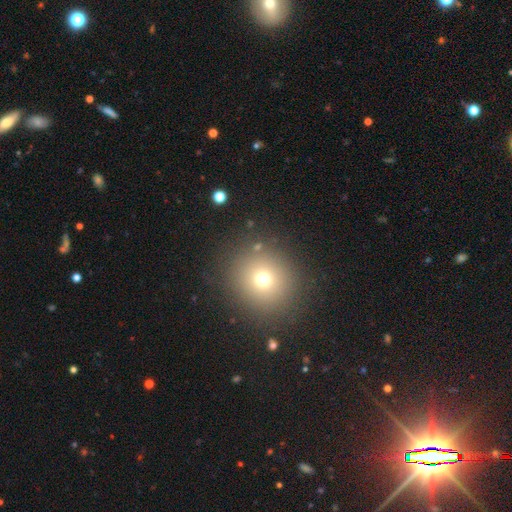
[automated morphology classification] Overall: smooth (64%; star or artifact 27%). How rounded: round (89%). Merging: none (89%).